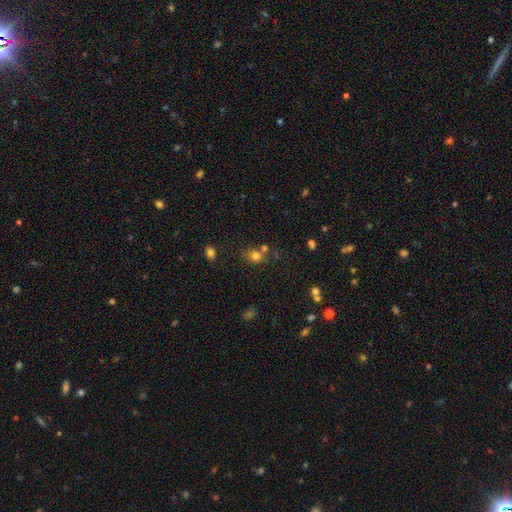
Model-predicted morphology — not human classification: Smooth or featured? smooth (76%)
How rounded? round (50%)
Merging? none (55%)